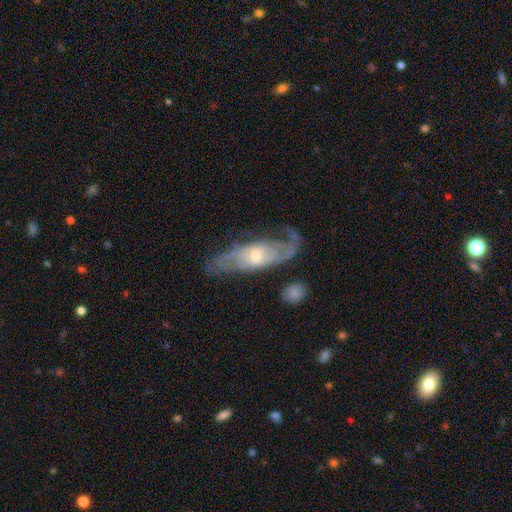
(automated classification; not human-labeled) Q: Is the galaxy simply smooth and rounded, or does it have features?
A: featured or disk — 81%.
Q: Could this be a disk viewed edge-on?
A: no — 83%.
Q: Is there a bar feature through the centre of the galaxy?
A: no — 62%.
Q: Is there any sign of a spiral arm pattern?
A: yes — 90%.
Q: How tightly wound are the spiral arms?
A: medium — 43%.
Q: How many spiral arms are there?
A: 2 — 62%.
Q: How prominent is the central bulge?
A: small — 50%.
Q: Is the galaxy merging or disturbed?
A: none — 64%.